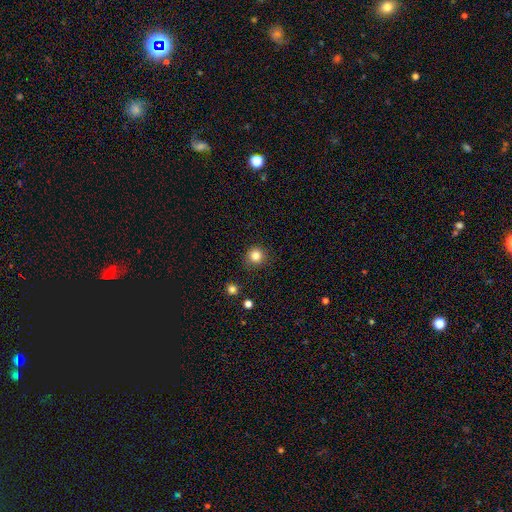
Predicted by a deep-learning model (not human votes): smooth 83%, star or artifact 12%, featured or disk 5%. Down the decision tree: how rounded — round (93%); merging — none (87%).